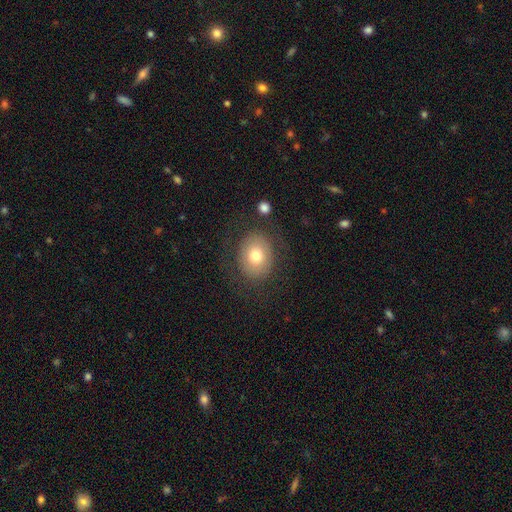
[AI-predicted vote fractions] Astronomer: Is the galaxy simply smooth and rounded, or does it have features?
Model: smooth — 70%.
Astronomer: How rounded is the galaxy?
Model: round — 57% (runner-up: in between, 42%).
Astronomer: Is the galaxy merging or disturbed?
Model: none — 77%.